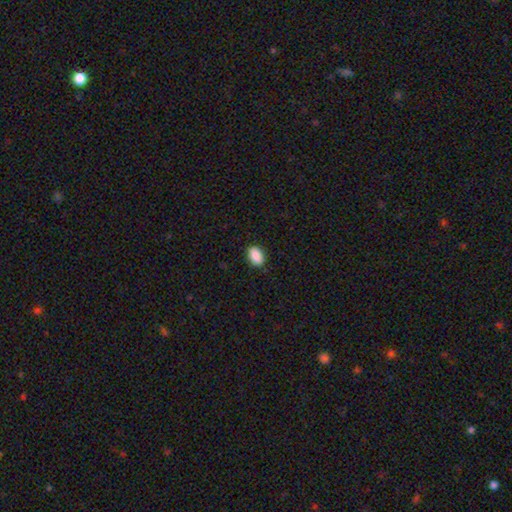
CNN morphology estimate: Smooth or featured: smooth — 90% (star or artifact — 7%)
How rounded: in between — 86% (round — 13%)
Merging: none — 88% (minor disturbance — 9%)